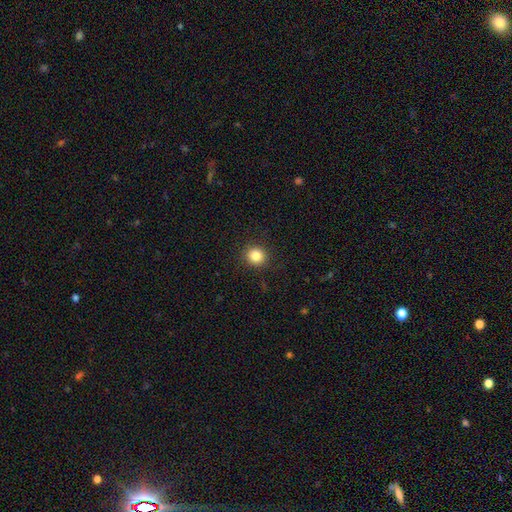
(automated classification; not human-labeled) Smooth or featured? Predicted: smooth (p=0.84). How rounded? Predicted: round (p=0.89). Merging? Predicted: none (p=0.90).